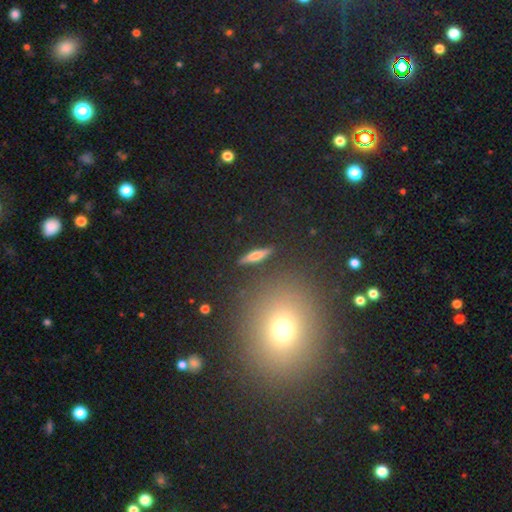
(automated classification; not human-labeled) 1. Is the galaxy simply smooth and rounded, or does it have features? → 51% smooth, 39% featured or disk, 10% star or artifact.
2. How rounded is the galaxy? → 78% cigar-shaped, 18% in between, 4% round.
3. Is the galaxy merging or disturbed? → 88% none, 8% minor disturbance, 2% major disturbance, 2% merger.